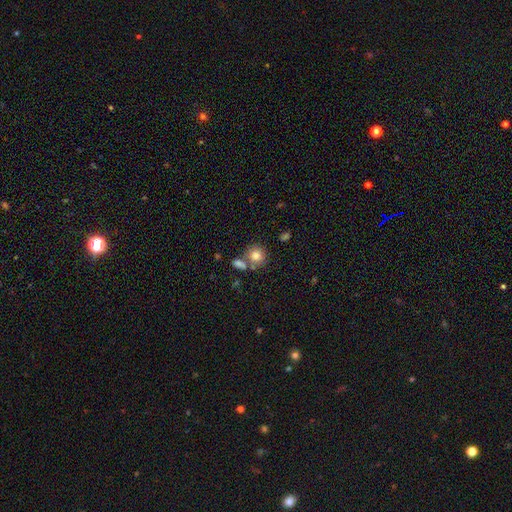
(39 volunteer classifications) Overall: smooth (64%; featured or disk 26%). How rounded: round (92%). Merging: none (51%; merger 34%).